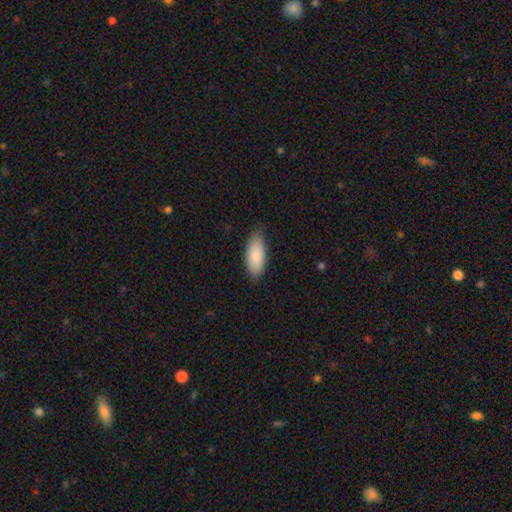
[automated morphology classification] A smooth galaxy with no disk features (87%) that is in between round and cigar-shaped (85%).

Vote fractions:
- Smooth or featured? smooth: 87% / featured or disk: 7% / star or artifact: 5%
- How rounded? in between: 85% / cigar-shaped: 14% / round: 2%
- Merging? none: 79% / minor disturbance: 18% / major disturbance: 3% / merger: 1%